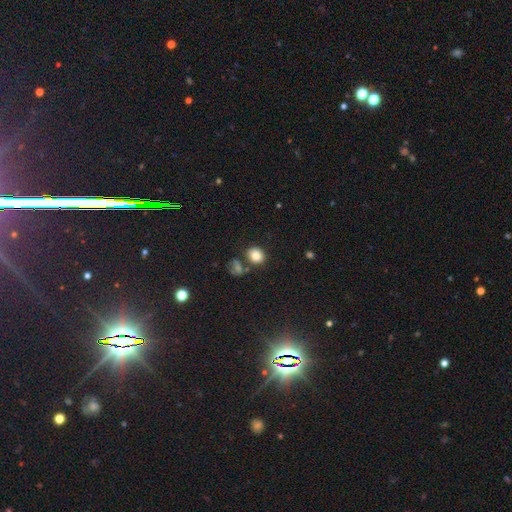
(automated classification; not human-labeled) Smooth or featured?
  - smooth: 81% *
  - star or artifact: 11%
  - featured or disk: 8%
How rounded?
  - round: 62% *
  - in between: 37%
  - cigar-shaped: 1%
Merging?
  - none: 67% *
  - merger: 15%
  - minor disturbance: 13%
  - major disturbance: 5%